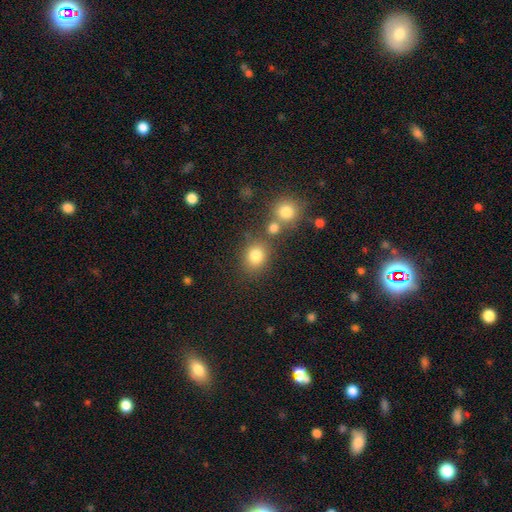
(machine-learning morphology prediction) The model was most divided on "how rounded": round: 71%, in between: 28%, cigar-shaped: 1%. More confident: smooth or featured — smooth (80%); merging — none (69%).